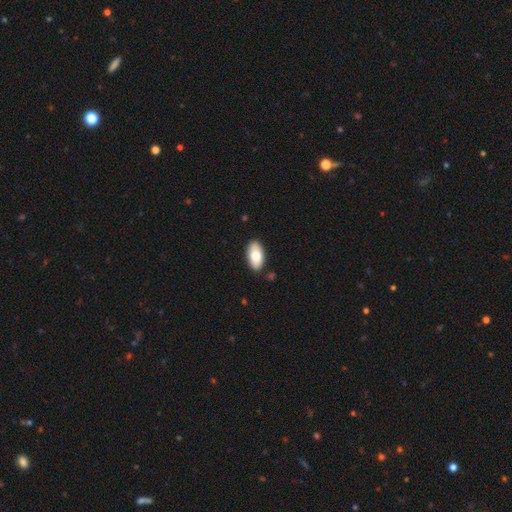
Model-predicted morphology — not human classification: Smooth or featured: smooth — 78% (featured or disk — 16%)
How rounded: in between — 94% (cigar-shaped — 3%)
Merging: none — 87% (minor disturbance — 9%)